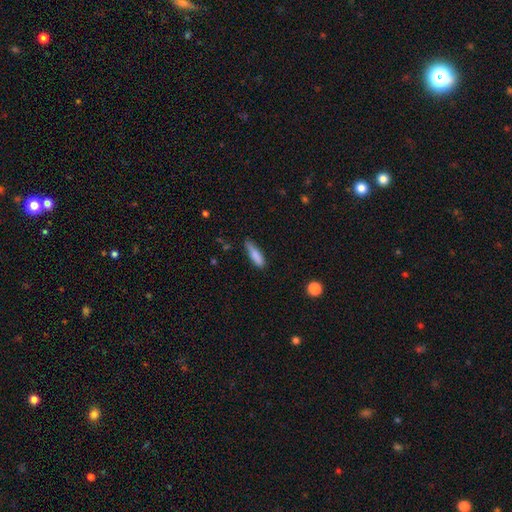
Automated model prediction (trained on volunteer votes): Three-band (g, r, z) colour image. It shows a smooth galaxy with no disk features (81%) that is cigar-shaped (67%). Merging: none (61%).